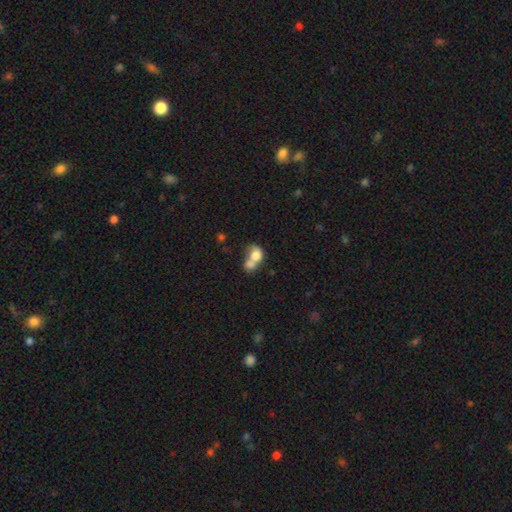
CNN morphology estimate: smooth 72%, featured or disk 19%, star or artifact 9%. Down the decision tree: how rounded — in between (54%); merging — merger (71%).